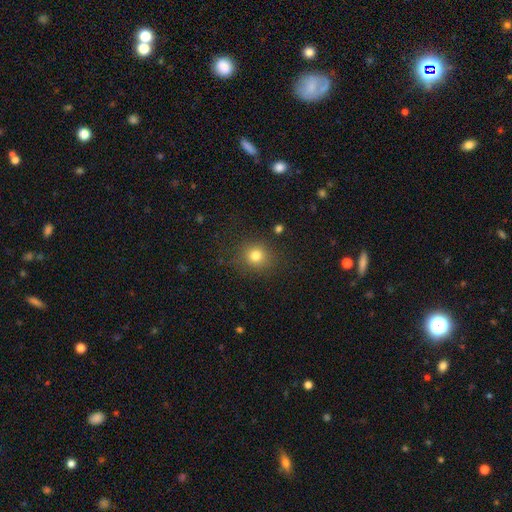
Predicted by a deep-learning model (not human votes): Q: Smooth or featured?
A: smooth (79%); runner-up: star or artifact (14%)
Q: How rounded?
A: round (87%); runner-up: in between (12%)
Q: Merging?
A: none (84%); runner-up: minor disturbance (10%)